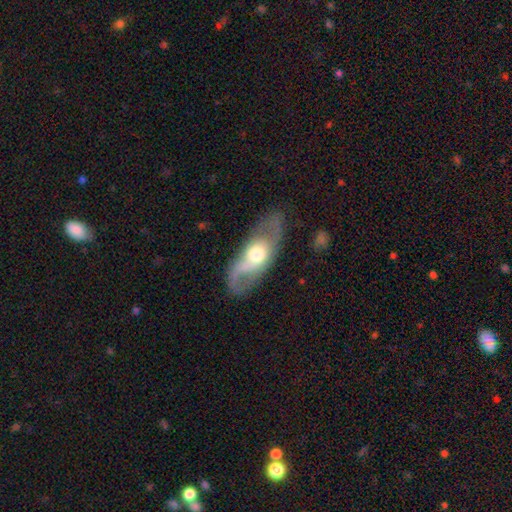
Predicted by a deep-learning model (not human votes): featured or disk 64%, smooth 30%, star or artifact 6%. Down the decision tree: edge-on disk — no (82%); bar — no (72%); spiral arms — yes (70%); bulge size — moderate (62%); merging — none (64%).